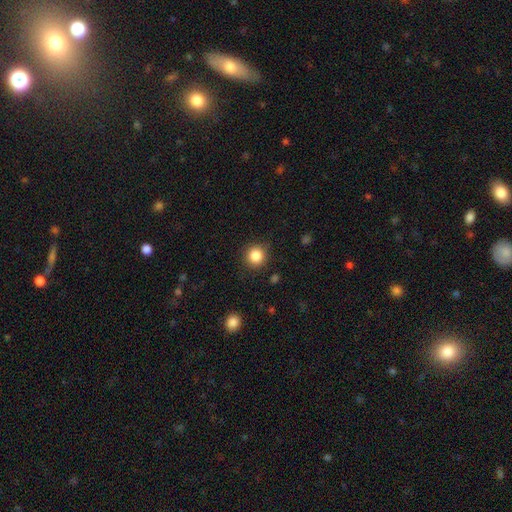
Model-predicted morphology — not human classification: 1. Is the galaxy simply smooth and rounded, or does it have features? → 85% smooth, 11% star or artifact, 5% featured or disk.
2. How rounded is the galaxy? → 93% round, 6% in between, 1% cigar-shaped.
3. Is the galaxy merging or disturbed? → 89% none, 7% minor disturbance, 2% major disturbance, 1% merger.